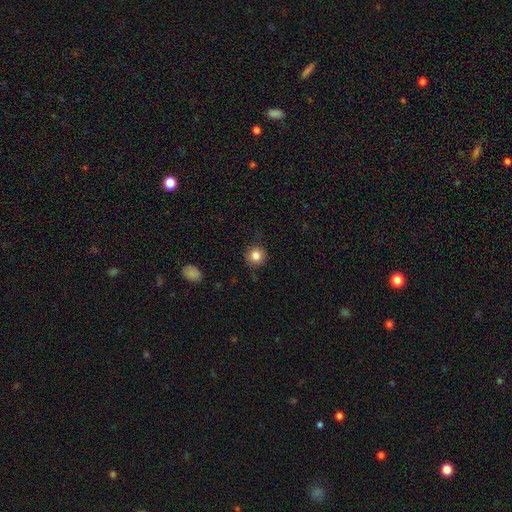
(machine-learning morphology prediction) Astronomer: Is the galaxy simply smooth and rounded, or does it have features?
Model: smooth — 84%.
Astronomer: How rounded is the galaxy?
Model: round — 92%.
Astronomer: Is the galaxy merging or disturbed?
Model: none — 85%.